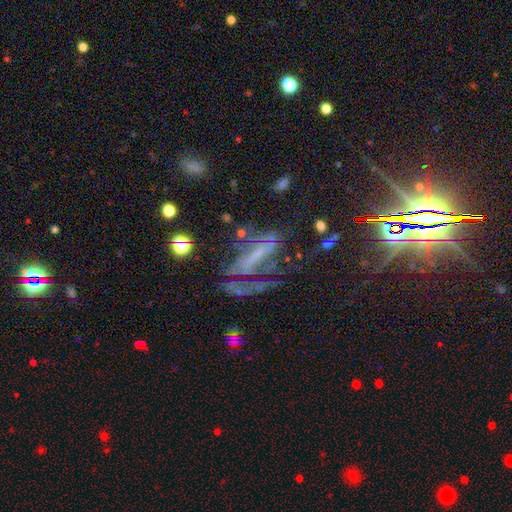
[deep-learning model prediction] smooth-or-featured: featured or disk: 58% | star or artifact: 23% | smooth: 19%
  disk-edge-on: no: 81% | yes: 19%
  merging: major disturbance: 39% | none: 35% | minor disturbance: 20% | merger: 6%